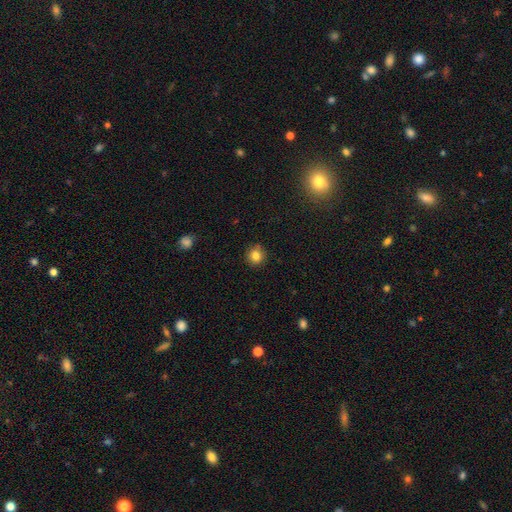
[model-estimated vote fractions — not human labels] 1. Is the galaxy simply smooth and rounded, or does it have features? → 82% smooth, 11% star or artifact, 6% featured or disk.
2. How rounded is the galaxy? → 89% round, 10% in between, 1% cigar-shaped.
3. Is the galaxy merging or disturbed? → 87% none, 9% minor disturbance, 2% major disturbance, 1% merger.